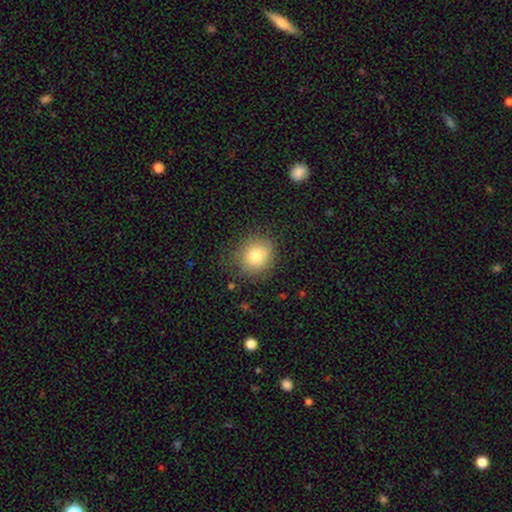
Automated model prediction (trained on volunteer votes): Q: Smooth or featured?
A: smooth (78%); runner-up: featured or disk (11%)
Q: How rounded?
A: round (83%); runner-up: in between (16%)
Q: Merging?
A: none (77%); runner-up: minor disturbance (16%)